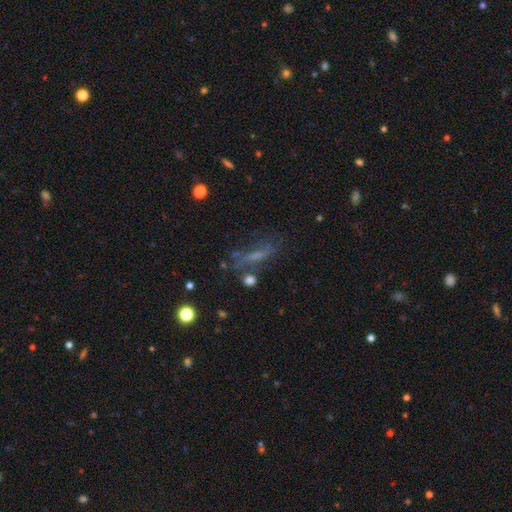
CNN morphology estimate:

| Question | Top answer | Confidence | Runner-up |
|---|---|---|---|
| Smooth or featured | featured or disk | 40% | smooth (37%) |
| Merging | none | 51% | minor disturbance (21%) |